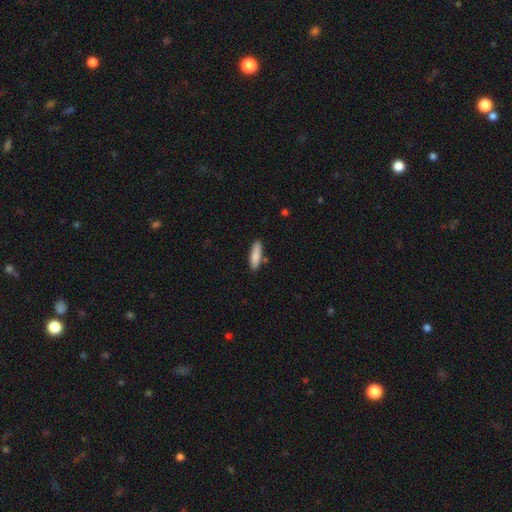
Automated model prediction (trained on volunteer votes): Smooth or featured? smooth (85%)
How rounded? cigar-shaped (59%)
Merging? none (82%)